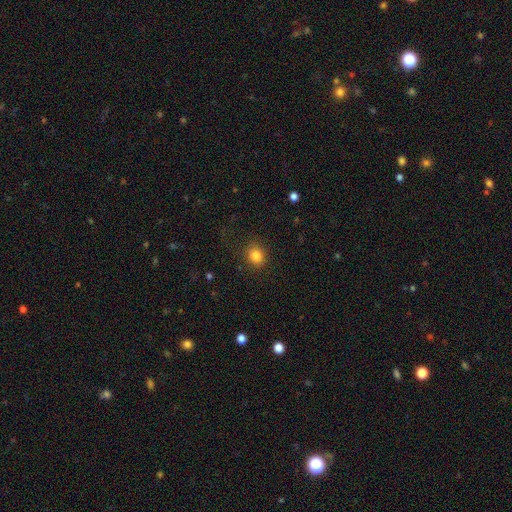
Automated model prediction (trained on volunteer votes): A smooth galaxy with no disk features (84%) that is round (70%).

Vote fractions:
- Smooth or featured? smooth: 84% / star or artifact: 11% / featured or disk: 5%
- How rounded? round: 70% / in between: 29% / cigar-shaped: 1%
- Merging? none: 84% / minor disturbance: 10% / major disturbance: 4% / merger: 1%